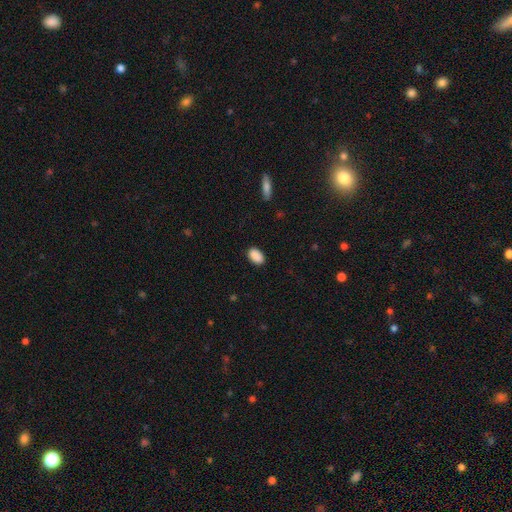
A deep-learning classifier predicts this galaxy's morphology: This is clearly a smooth galaxy (90%). How rounded: clearly in between (90%). Merging: clearly none (87%).